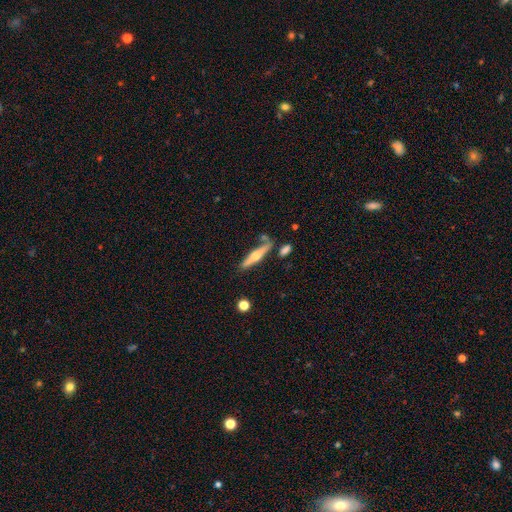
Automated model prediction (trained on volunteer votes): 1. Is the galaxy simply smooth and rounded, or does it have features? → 62% featured or disk, 32% smooth, 6% star or artifact.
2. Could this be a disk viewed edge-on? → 95% yes, 5% no.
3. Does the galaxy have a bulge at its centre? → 91% rounded, 5% boxy, 4% none.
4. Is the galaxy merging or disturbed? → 70% none, 15% minor disturbance, 10% merger, 5% major disturbance.